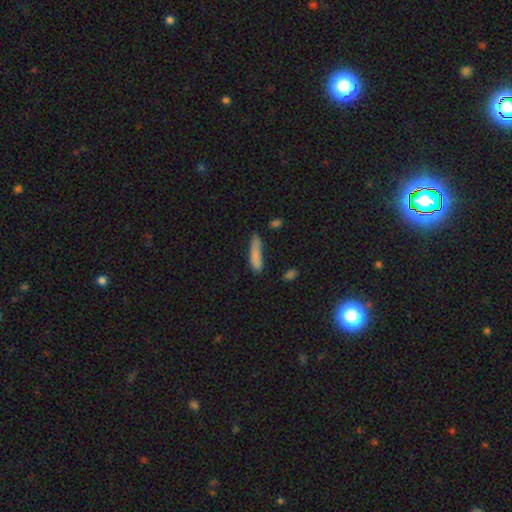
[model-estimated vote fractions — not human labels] Smooth or featured? Predicted: smooth (p=0.81). How rounded? Predicted: cigar-shaped (p=0.81). Merging? Predicted: none (p=0.61).